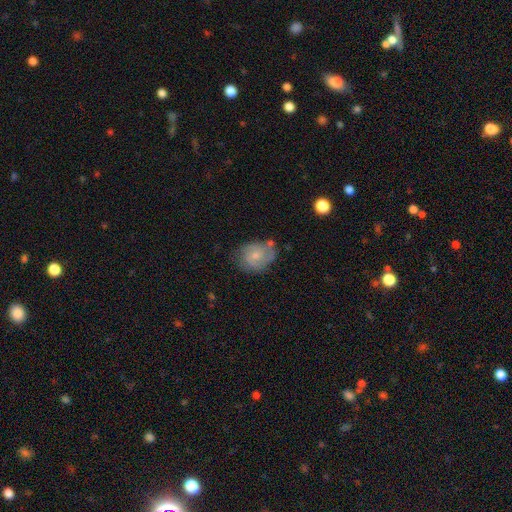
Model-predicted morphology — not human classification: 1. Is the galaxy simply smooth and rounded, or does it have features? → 50% smooth, 42% featured or disk, 8% star or artifact.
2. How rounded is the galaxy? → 50% round, 49% in between, 1% cigar-shaped.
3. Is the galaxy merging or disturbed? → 55% none, 27% minor disturbance, 10% major disturbance, 8% merger.